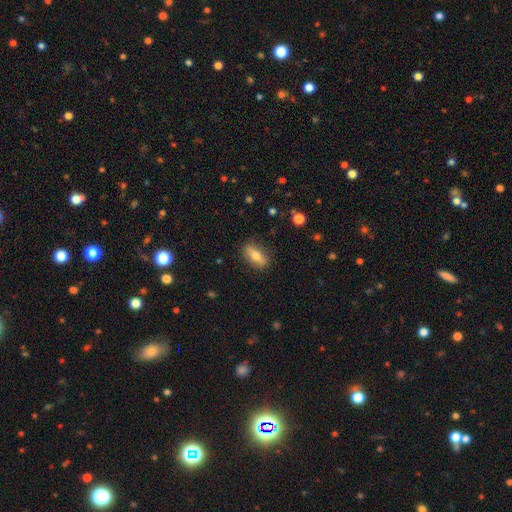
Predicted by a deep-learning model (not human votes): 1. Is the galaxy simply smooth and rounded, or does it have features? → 69% smooth, 24% featured or disk, 7% star or artifact.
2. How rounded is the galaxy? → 71% in between, 24% cigar-shaped, 5% round.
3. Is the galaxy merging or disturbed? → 84% none, 11% minor disturbance, 3% major disturbance, 1% merger.